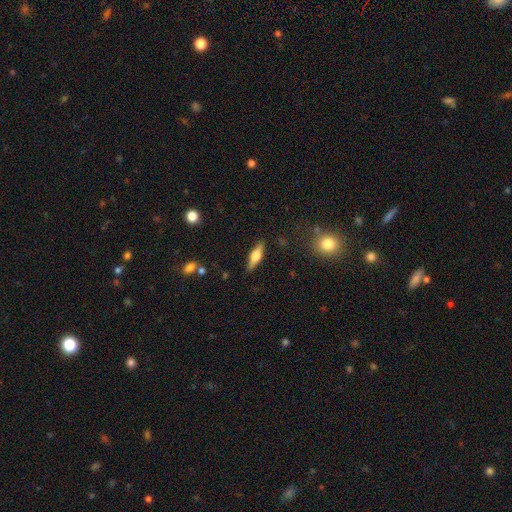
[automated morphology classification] A featured or disk galaxy (54%) viewed edge-on (95%) with a rounded central bulge (89%).

Vote fractions:
- Smooth or featured? featured or disk: 54% / smooth: 39% / star or artifact: 7%
- Edge-on disk? yes: 95% / no: 5%
- Edge-on bulge? rounded: 89% / boxy: 8% / none: 2%
- Merging? none: 87% / minor disturbance: 9% / major disturbance: 2% / merger: 1%